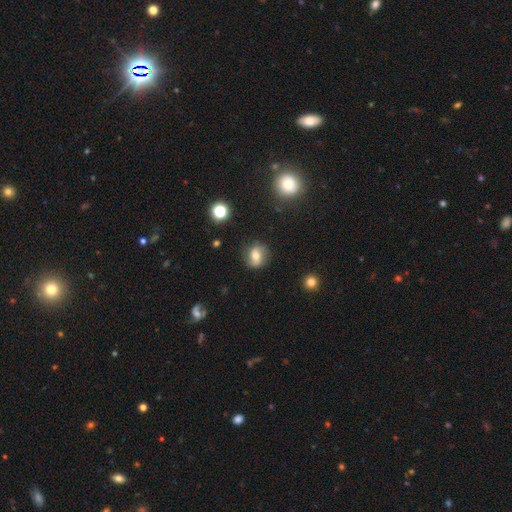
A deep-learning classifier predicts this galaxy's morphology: A featured or disk galaxy (45%).

Vote fractions:
- Smooth or featured? featured or disk: 45% / smooth: 44% / star or artifact: 12%
- Merging? none: 81% / minor disturbance: 13% / major disturbance: 5% / merger: 2%